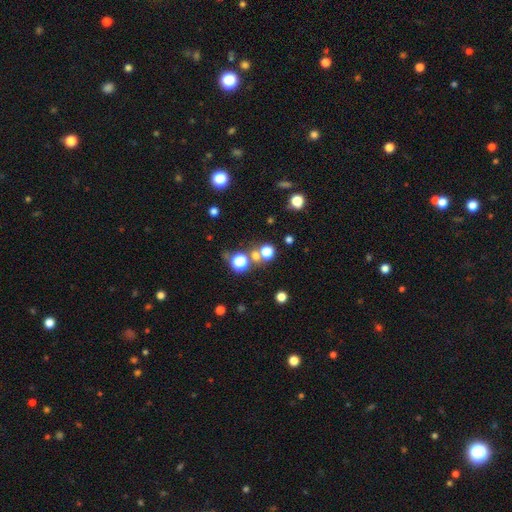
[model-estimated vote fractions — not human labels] smooth_or_featured: smooth (p=0.60) [alt: star or artifact p=0.32]
how_rounded: round (p=0.87) [alt: in between p=0.12]
merging: none (p=0.64) [alt: merger p=0.24]